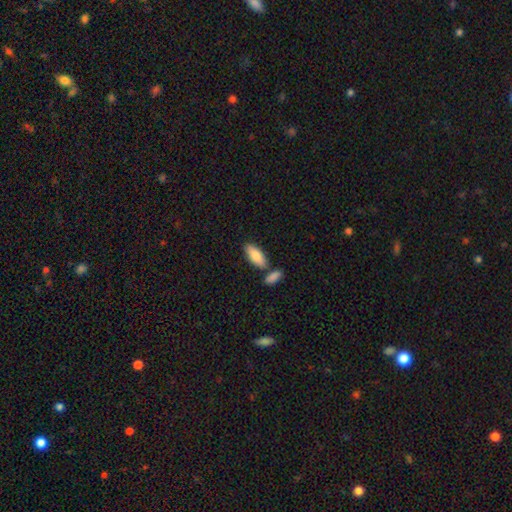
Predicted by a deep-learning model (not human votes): A smooth galaxy with no disk features (84%) that is in between round and cigar-shaped (82%).

Vote fractions:
- Smooth or featured? smooth: 84% / featured or disk: 11% / star or artifact: 5%
- How rounded? in between: 82% / cigar-shaped: 16% / round: 2%
- Merging? none: 69% / merger: 17% / minor disturbance: 11% / major disturbance: 3%